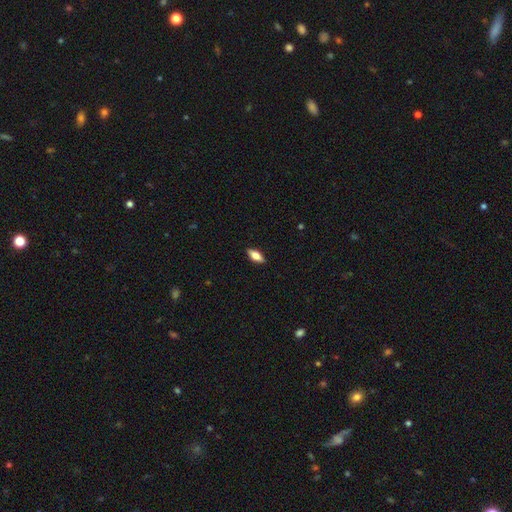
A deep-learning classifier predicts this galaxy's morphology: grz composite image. It shows a smooth galaxy with no disk features (65%) that is in between round and cigar-shaped (76%). Merging: none (89%).